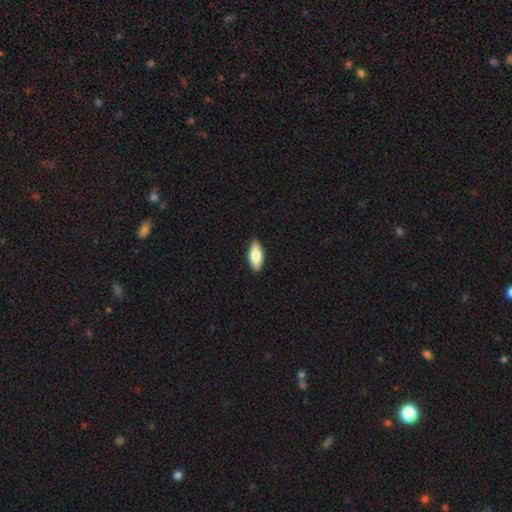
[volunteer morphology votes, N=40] smooth 75%, featured or disk 20%, star or artifact 5%. Down the decision tree: how rounded — in between (53%); merging — none (95%).